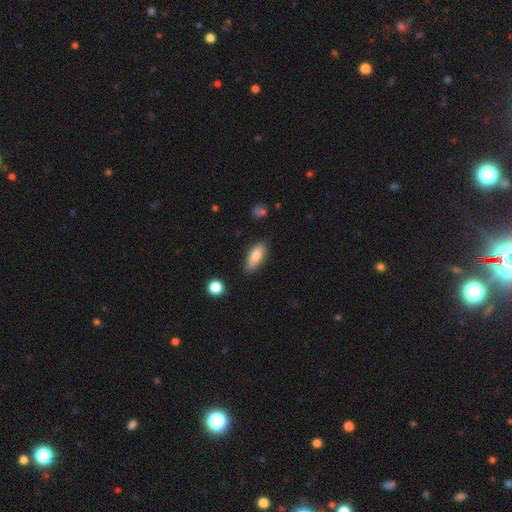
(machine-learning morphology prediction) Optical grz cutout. It shows a smooth galaxy with no disk features (77%) that is in between round and cigar-shaped (80%). Merging: none (81%).